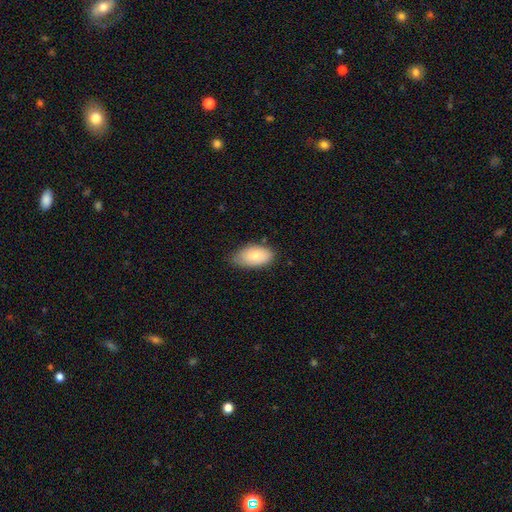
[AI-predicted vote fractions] A smooth galaxy with no disk features (79%) that is in between round and cigar-shaped (93%). Merging: none (65%).